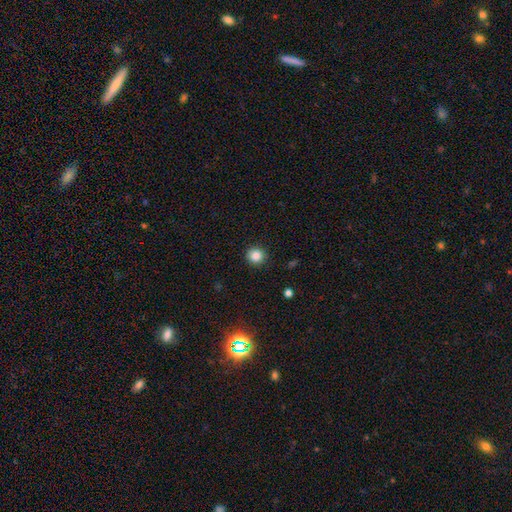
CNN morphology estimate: Smooth or featured?
  - smooth: 86% *
  - star or artifact: 11%
  - featured or disk: 4%
How rounded?
  - round: 92% *
  - in between: 7%
  - cigar-shaped: 1%
Merging?
  - none: 90% *
  - minor disturbance: 7%
  - major disturbance: 2%
  - merger: 1%